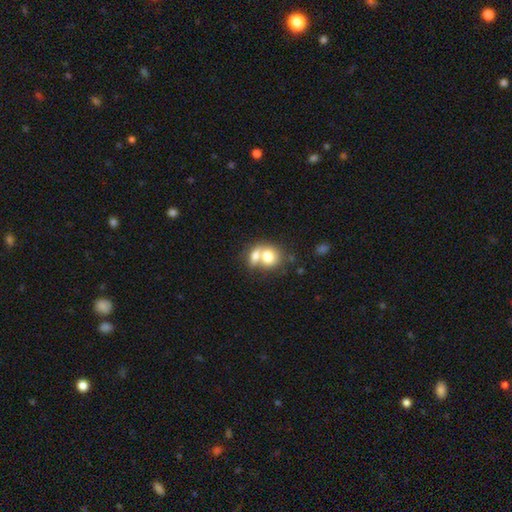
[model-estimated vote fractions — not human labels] This is likely a smooth galaxy (72%). How rounded: possibly in between (52%). Merging: likely merger (68%).